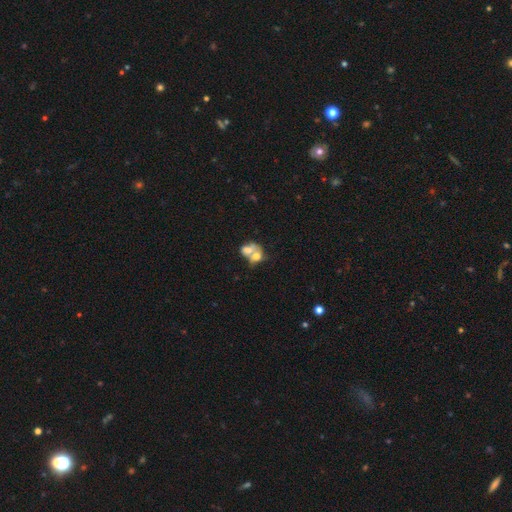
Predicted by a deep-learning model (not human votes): smooth 55%, featured or disk 35%, star or artifact 10%. Down the decision tree: how rounded — in between (60%); merging — merger (72%).